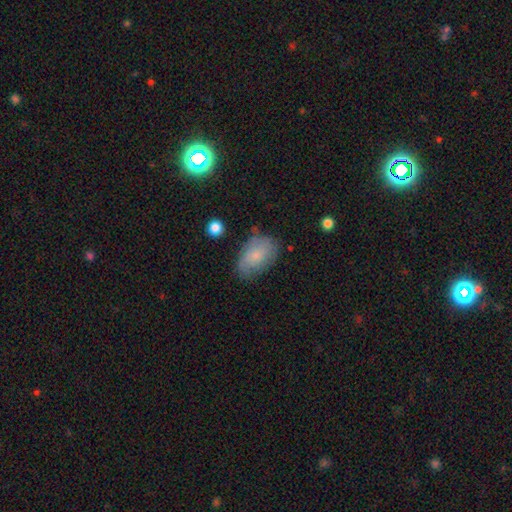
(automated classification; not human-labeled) Q: Smooth or featured?
A: smooth (62%); runner-up: featured or disk (30%)
Q: How rounded?
A: in between (90%); runner-up: round (9%)
Q: Merging?
A: none (65%); runner-up: minor disturbance (26%)